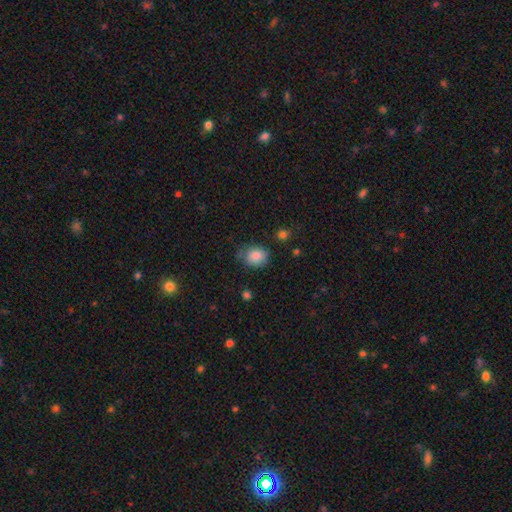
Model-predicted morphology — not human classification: This appears to be a smooth galaxy with no disk features (85%) that is round (59%). Merging: none (69%).